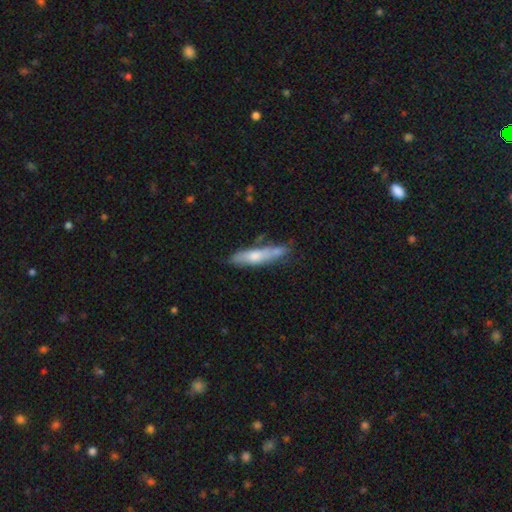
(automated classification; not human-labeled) A smooth galaxy with no disk features (56%) that is cigar-shaped (79%).

Vote fractions:
- Smooth or featured? smooth: 56% / featured or disk: 38% / star or artifact: 6%
- How rounded? cigar-shaped: 79% / in between: 19% / round: 2%
- Merging? none: 64% / minor disturbance: 22% / merger: 9% / major disturbance: 5%